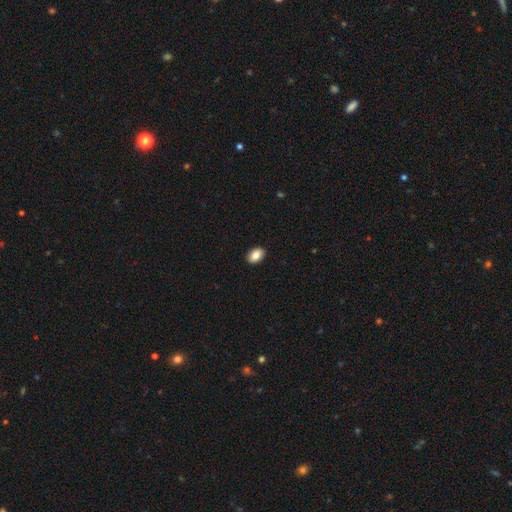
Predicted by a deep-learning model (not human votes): The model was most divided on "how rounded": in between: 85%, round: 14%, cigar-shaped: 1%. More confident: merging — none (91%); smooth or featured — smooth (85%).